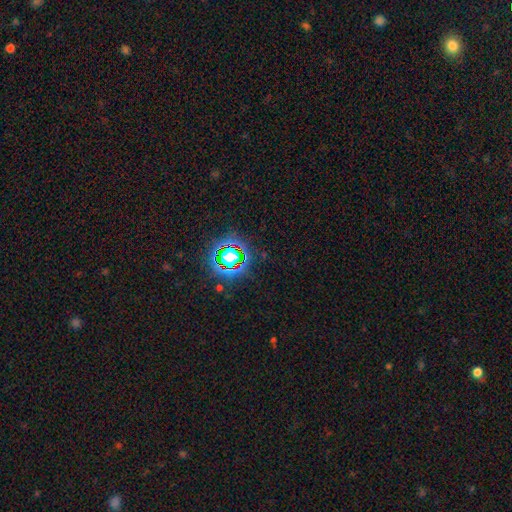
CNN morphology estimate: smooth-or-featured: star or artifact: 78% | smooth: 14% | featured or disk: 8%